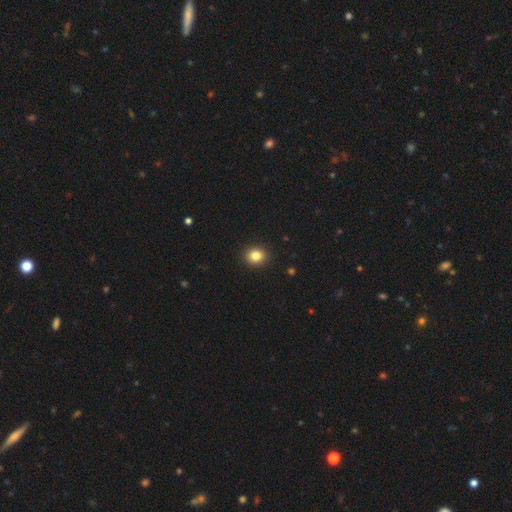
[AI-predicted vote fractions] Overall: smooth (84%). How rounded: round (69%; in between 30%). Merging: none (92%).